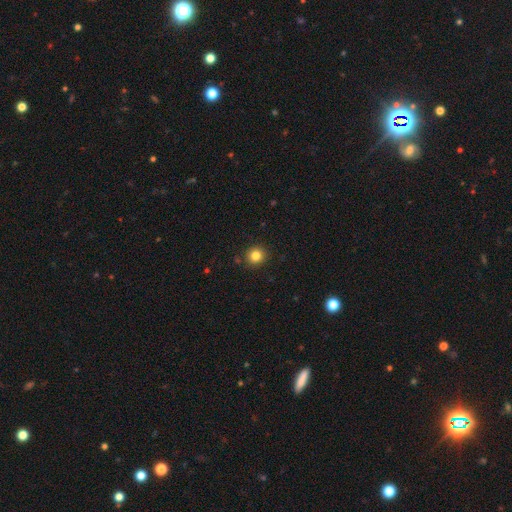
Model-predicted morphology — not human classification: smooth_or_featured: smooth (p=0.83) [alt: star or artifact p=0.12]
how_rounded: round (p=0.90) [alt: in between p=0.09]
merging: none (p=0.90) [alt: minor disturbance p=0.06]